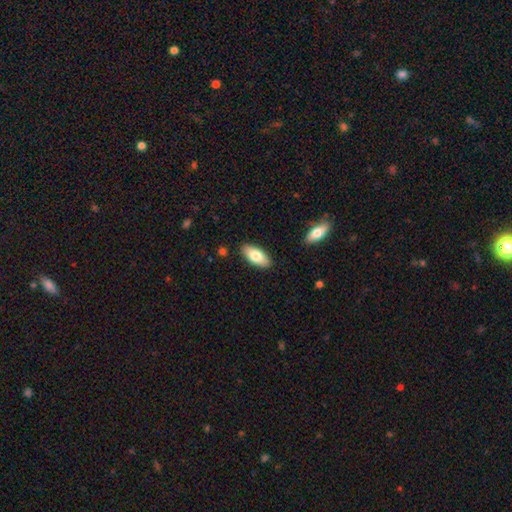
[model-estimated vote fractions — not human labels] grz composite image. It shows a smooth galaxy with no disk features (78%) that is in between round and cigar-shaped (86%). Merging: none (88%).